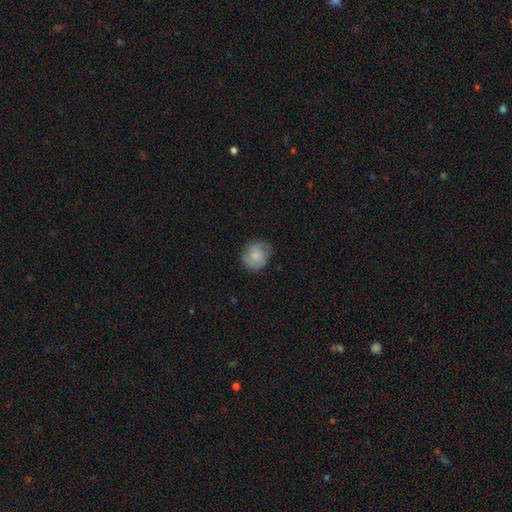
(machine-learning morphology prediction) type=smooth (63%); roundness=round (79%); merging=none (65%).